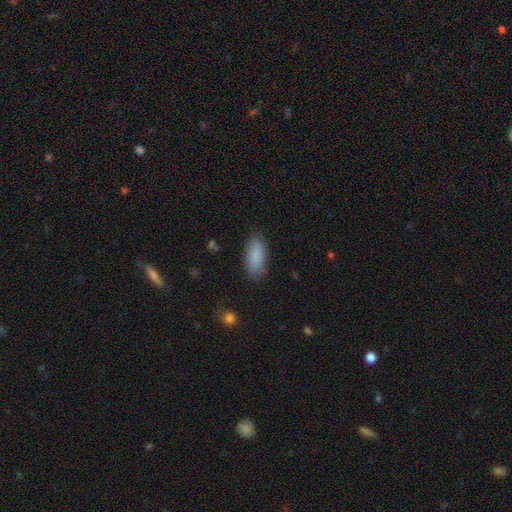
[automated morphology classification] This is clearly a smooth galaxy (88%). How rounded: clearly in between (87%). Merging: clearly none (85%).